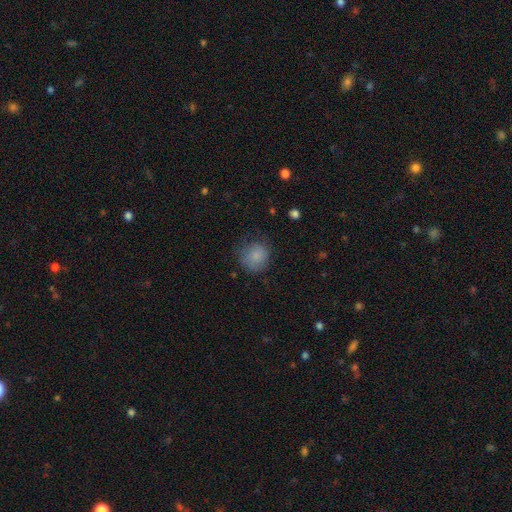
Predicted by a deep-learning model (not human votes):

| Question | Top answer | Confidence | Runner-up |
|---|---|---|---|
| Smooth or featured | smooth | 82% | featured or disk (9%) |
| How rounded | round | 87% | in between (12%) |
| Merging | none | 69% | minor disturbance (22%) |